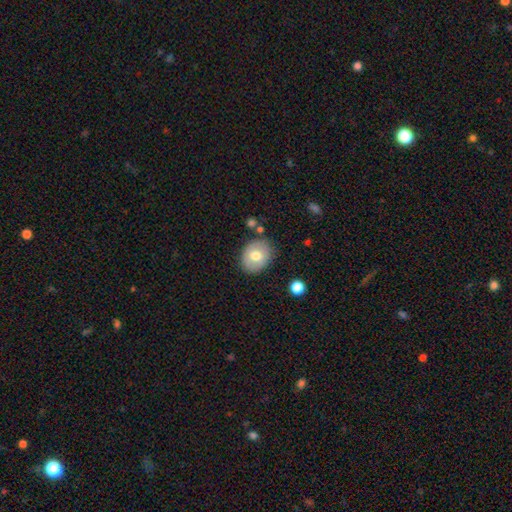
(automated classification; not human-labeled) Smooth or featured?
  - smooth: 69% *
  - featured or disk: 23%
  - star or artifact: 8%
How rounded?
  - in between: 52% *
  - round: 47%
  - cigar-shaped: 1%
Merging?
  - none: 82% *
  - minor disturbance: 12%
  - merger: 3%
  - major disturbance: 3%